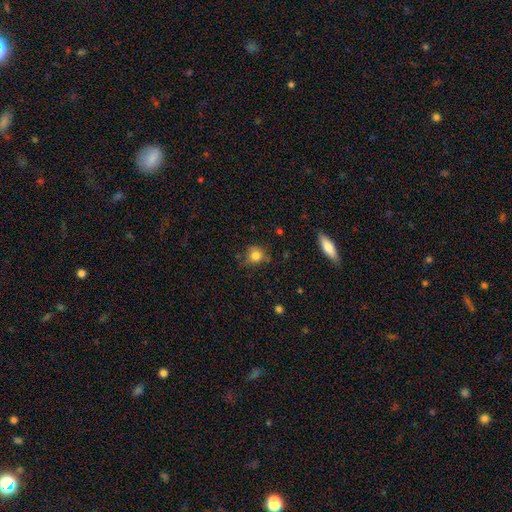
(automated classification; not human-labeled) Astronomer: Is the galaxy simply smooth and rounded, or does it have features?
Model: smooth — 81%.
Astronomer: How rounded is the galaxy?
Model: round — 75%.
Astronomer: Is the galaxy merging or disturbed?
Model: none — 67%.